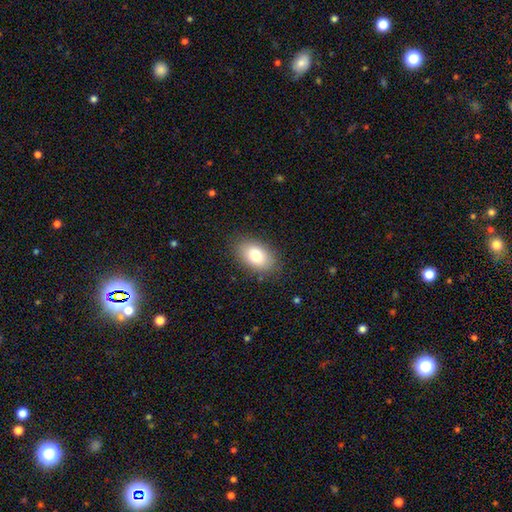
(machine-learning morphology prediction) This is clearly a smooth galaxy (83%). How rounded: clearly in between (91%). Merging: clearly none (83%).